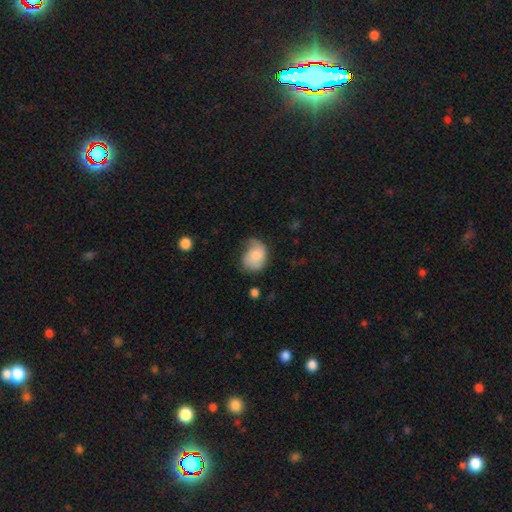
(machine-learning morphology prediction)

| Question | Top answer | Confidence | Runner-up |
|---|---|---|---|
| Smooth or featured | smooth | 61% | featured or disk (32%) |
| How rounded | in between | 51% | round (48%) |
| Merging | none | 43% | minor disturbance (37%) |